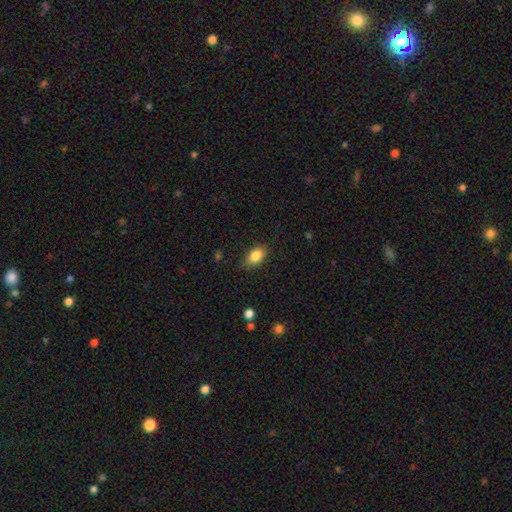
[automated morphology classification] smooth_or_featured: smooth (p=0.85) [alt: star or artifact p=0.08]
how_rounded: in between (p=0.89) [alt: round p=0.07]
merging: none (p=0.81) [alt: minor disturbance p=0.15]